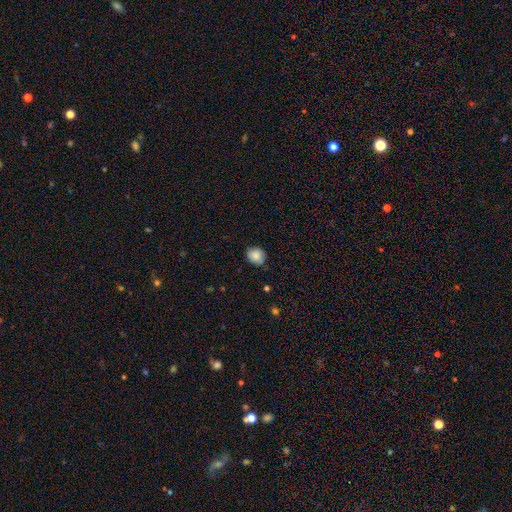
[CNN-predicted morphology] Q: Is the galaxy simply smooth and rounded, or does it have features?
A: smooth — 84%.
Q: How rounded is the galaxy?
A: round — 61%.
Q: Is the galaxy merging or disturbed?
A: none — 79%.